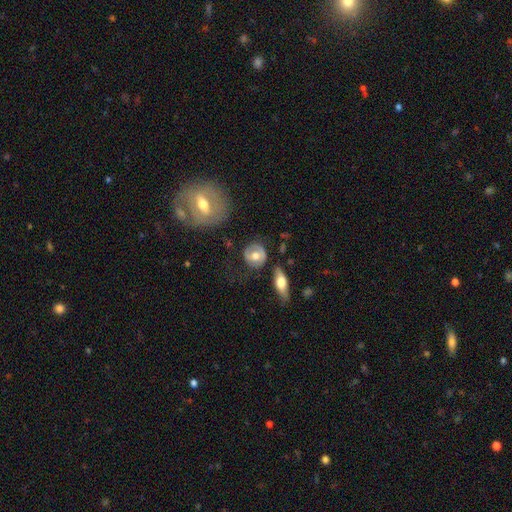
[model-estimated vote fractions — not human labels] smooth-or-featured: smooth: 54% | featured or disk: 39% | star or artifact: 7%
  how-rounded: round: 77% | in between: 21% | cigar-shaped: 2%
  merging: none: 70% | minor disturbance: 18% | major disturbance: 8% | merger: 5%